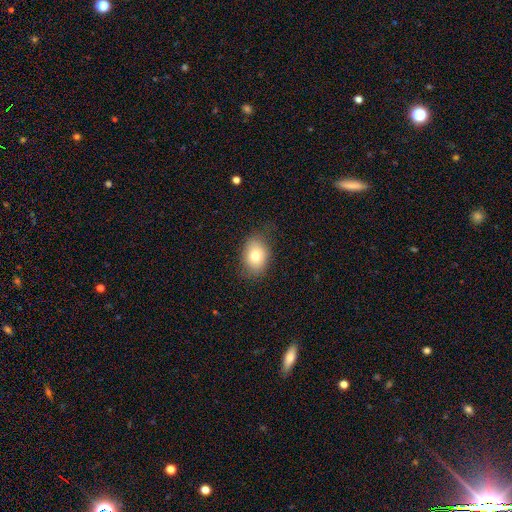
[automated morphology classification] The model was most divided on "how rounded": in between: 73%, round: 26%, cigar-shaped: 1%. More confident: smooth or featured — smooth (77%); merging — none (76%).